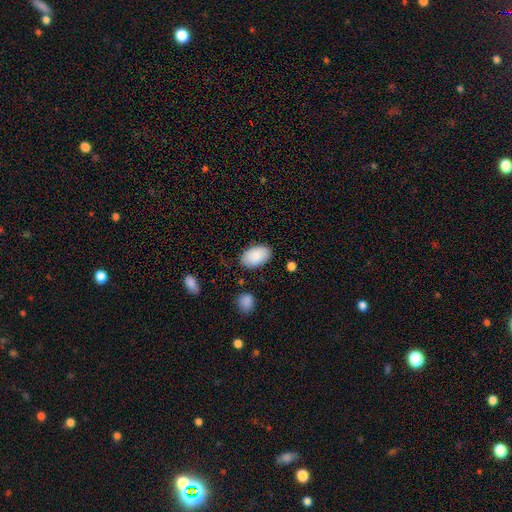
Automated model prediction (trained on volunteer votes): This appears to be a smooth galaxy with no disk features (88%) that is in between round and cigar-shaped (93%). Merging: none (83%).